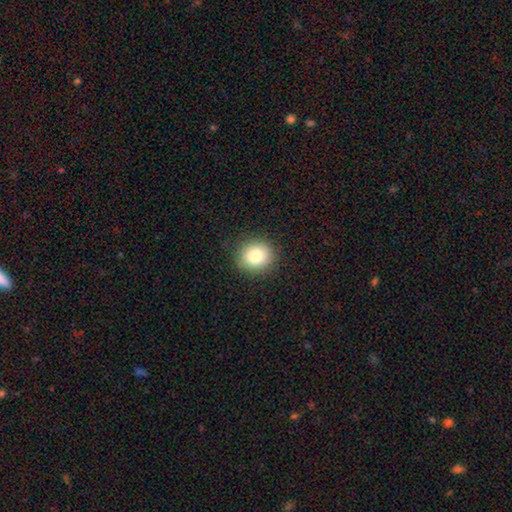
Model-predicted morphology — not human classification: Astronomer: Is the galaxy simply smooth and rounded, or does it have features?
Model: smooth — 82%.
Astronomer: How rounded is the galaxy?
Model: round — 83%.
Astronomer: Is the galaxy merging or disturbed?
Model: none — 89%.